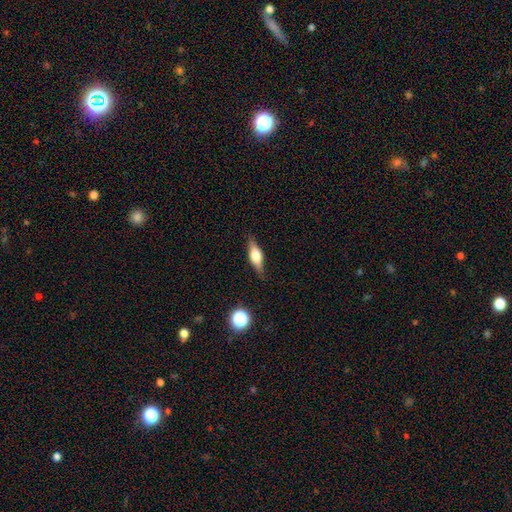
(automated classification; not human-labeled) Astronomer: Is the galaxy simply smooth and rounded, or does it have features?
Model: smooth — 47% (runner-up: featured or disk, 45%).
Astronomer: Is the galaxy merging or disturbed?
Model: none — 83%.